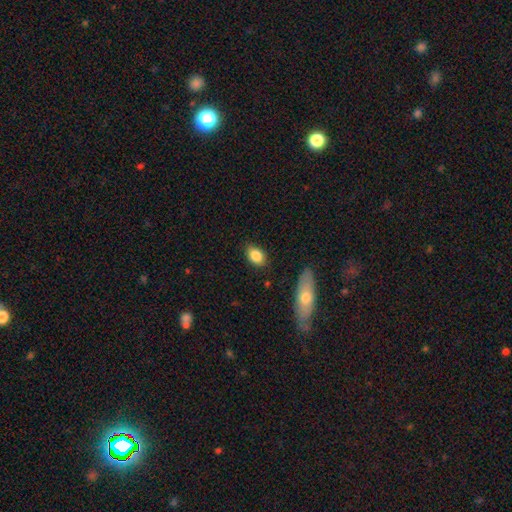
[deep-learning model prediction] Smooth or featured? Predicted: smooth (p=0.86). How rounded? Predicted: in between (p=0.80). Merging? Predicted: none (p=0.82).